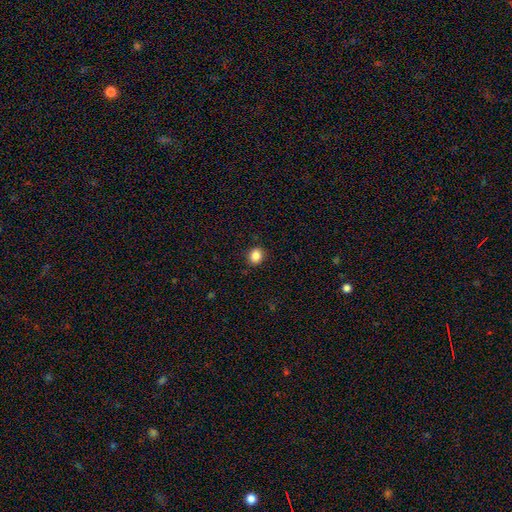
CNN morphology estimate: Smooth or featured? smooth (86%)
How rounded? round (71%)
Merging? none (90%)